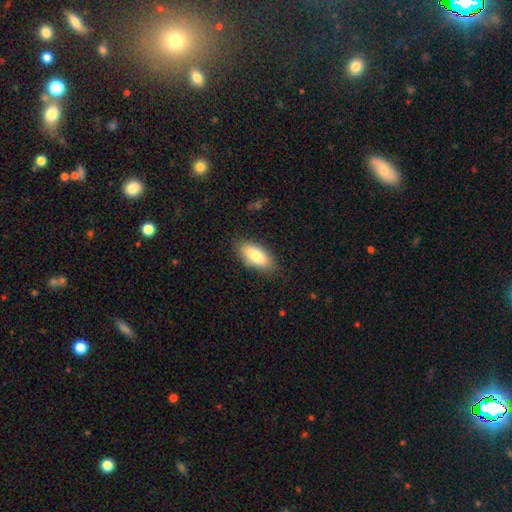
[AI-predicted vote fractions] smooth_or_featured: smooth (p=0.79) [alt: featured or disk p=0.15]
how_rounded: in between (p=0.85) [alt: cigar-shaped p=0.13]
merging: none (p=0.85) [alt: minor disturbance p=0.12]